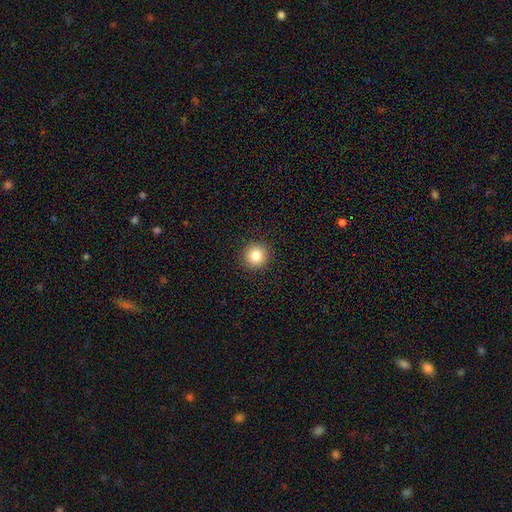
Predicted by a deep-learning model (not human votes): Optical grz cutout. It shows a smooth galaxy with no disk features (84%) that is round (95%). Merging: none (92%).